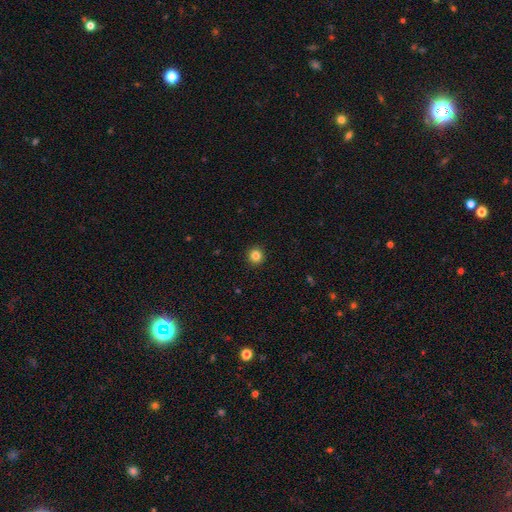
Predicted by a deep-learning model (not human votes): A smooth galaxy with no disk features (84%) that is round (95%).

Vote fractions:
- Smooth or featured? smooth: 84% / star or artifact: 11% / featured or disk: 5%
- How rounded? round: 95% / in between: 4% / cigar-shaped: 1%
- Merging? none: 93% / minor disturbance: 4% / major disturbance: 2% / merger: 1%